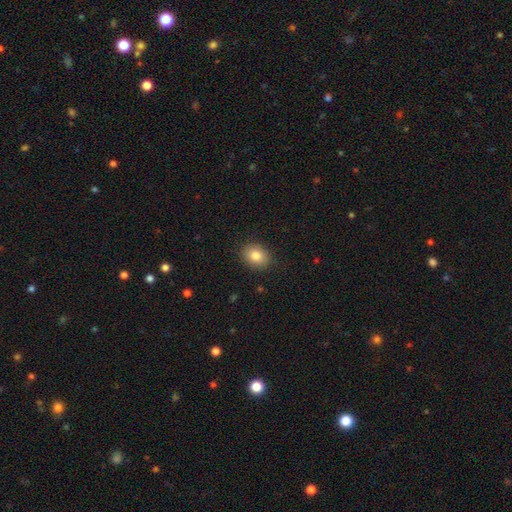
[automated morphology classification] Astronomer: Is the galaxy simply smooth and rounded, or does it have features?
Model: smooth — 84%.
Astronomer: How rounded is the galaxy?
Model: in between — 55% (runner-up: round, 45%).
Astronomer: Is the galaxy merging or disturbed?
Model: none — 88%.